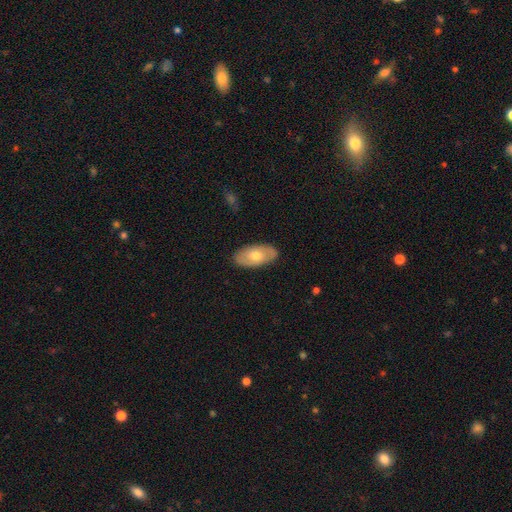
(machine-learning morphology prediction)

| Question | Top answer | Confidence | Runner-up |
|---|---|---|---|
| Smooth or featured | smooth | 60% | featured or disk (34%) |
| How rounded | in between | 93% | round (4%) |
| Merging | none | 86% | minor disturbance (11%) |